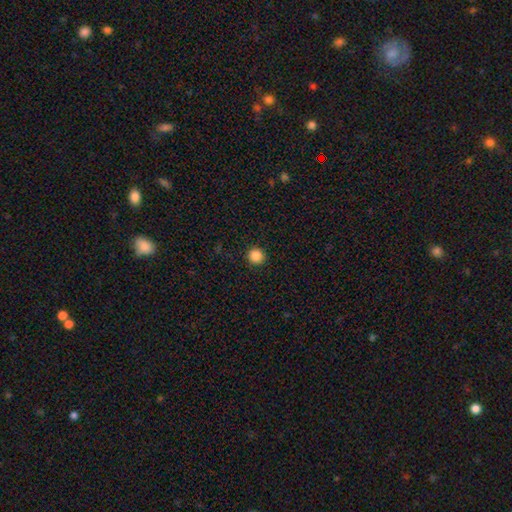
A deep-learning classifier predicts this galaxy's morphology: Smooth or featured?
  - smooth: 87% *
  - star or artifact: 10%
  - featured or disk: 3%
How rounded?
  - round: 94% *
  - in between: 5%
  - cigar-shaped: 1%
Merging?
  - none: 92% *
  - minor disturbance: 5%
  - major disturbance: 2%
  - merger: 1%